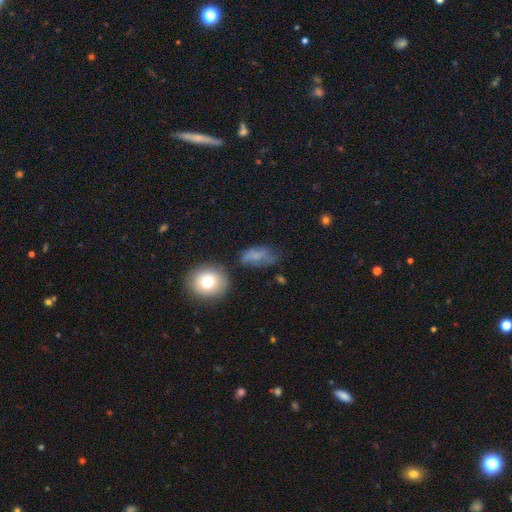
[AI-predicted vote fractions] smooth 59%, featured or disk 26%, star or artifact 15%. Down the decision tree: how rounded — in between (80%); merging — none (39%).